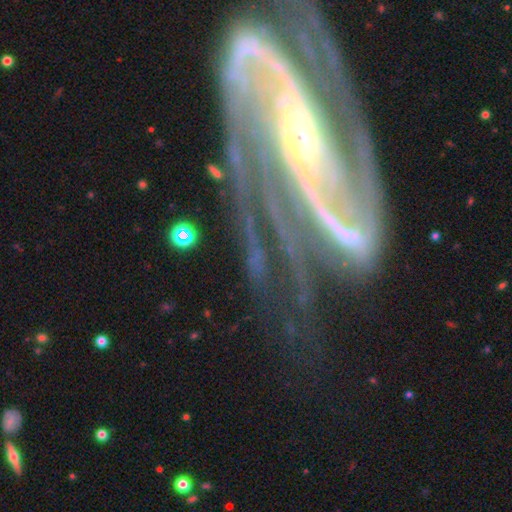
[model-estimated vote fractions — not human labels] Morphology: type=featured or disk (91%); edge-on=no (96%); bar=strong (47%); spiral arms=yes (98%); winding=medium (47%); arm count=2 (62%); bulge=small (67%); merging=none (51%).